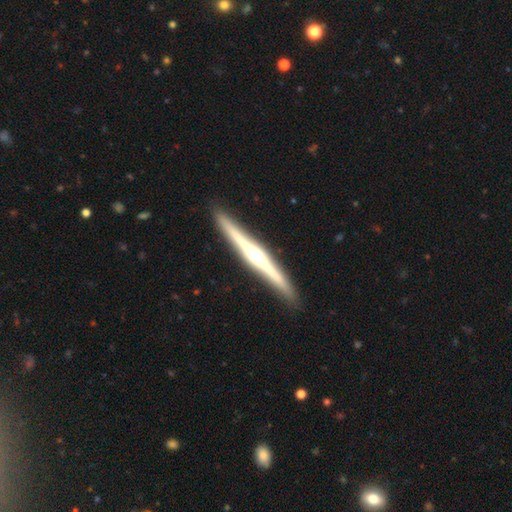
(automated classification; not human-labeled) smooth_or_featured: featured or disk (p=0.82) [alt: smooth p=0.14]
disk_edge_on: yes (p=0.98) [alt: no p=0.02]
edge_on_bulge: rounded (p=0.89) [alt: none p=0.06]
merging: none (p=0.92) [alt: minor disturbance p=0.06]